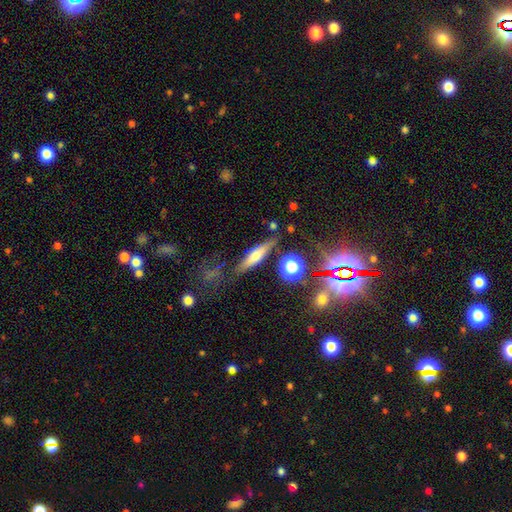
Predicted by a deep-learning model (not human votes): The model was most divided on "smooth or featured": smooth: 50%, featured or disk: 39%, star or artifact: 11%. More confident: merging — none (78%).